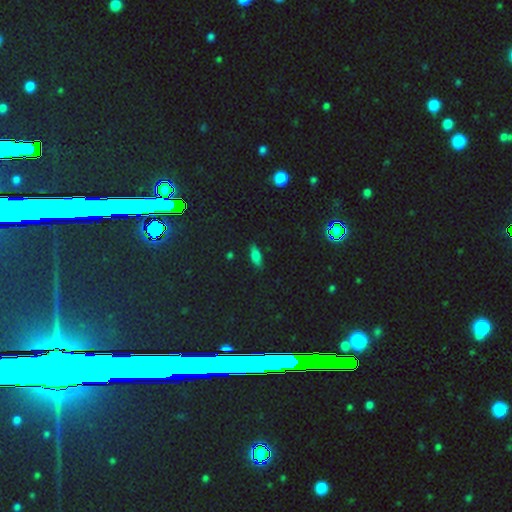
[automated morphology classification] This appears to be a smooth galaxy with no disk features (71%) that is in between round and cigar-shaped (71%). Merging: none (85%).